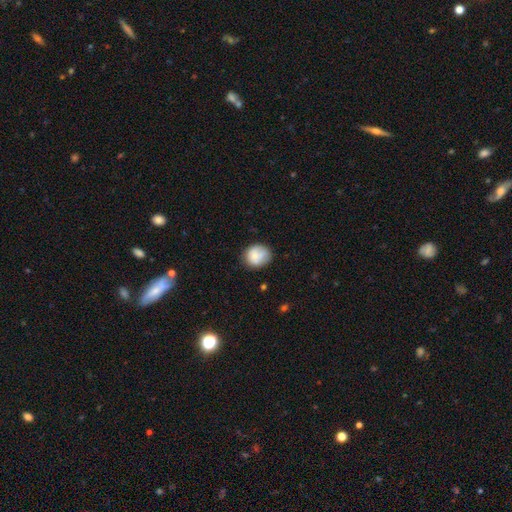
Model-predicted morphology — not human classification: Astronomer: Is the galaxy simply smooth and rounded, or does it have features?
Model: smooth — 72%.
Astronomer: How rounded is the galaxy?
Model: round — 72%.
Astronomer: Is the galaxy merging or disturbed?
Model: none — 67%.